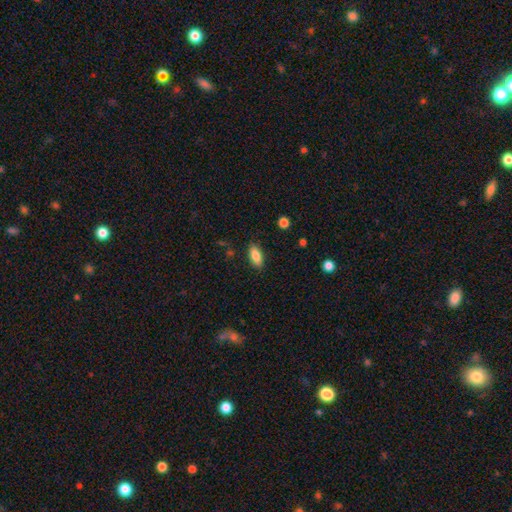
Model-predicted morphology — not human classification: smooth-or-featured: smooth: 85% | featured or disk: 8% | star or artifact: 7%
  how-rounded: in between: 86% | cigar-shaped: 12% | round: 3%
  merging: none: 87% | minor disturbance: 10% | major disturbance: 2% | merger: 1%